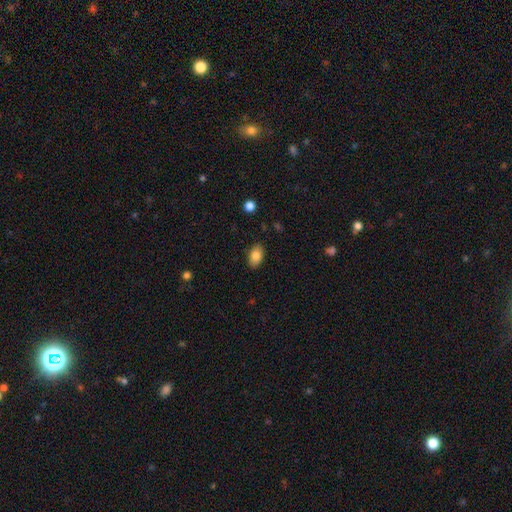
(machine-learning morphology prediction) A smooth galaxy with no disk features (84%) that is in between round and cigar-shaped (91%).

Vote fractions:
- Smooth or featured? smooth: 84% / featured or disk: 8% / star or artifact: 8%
- How rounded? in between: 91% / round: 8% / cigar-shaped: 2%
- Merging? none: 87% / minor disturbance: 9% / major disturbance: 2% / merger: 1%